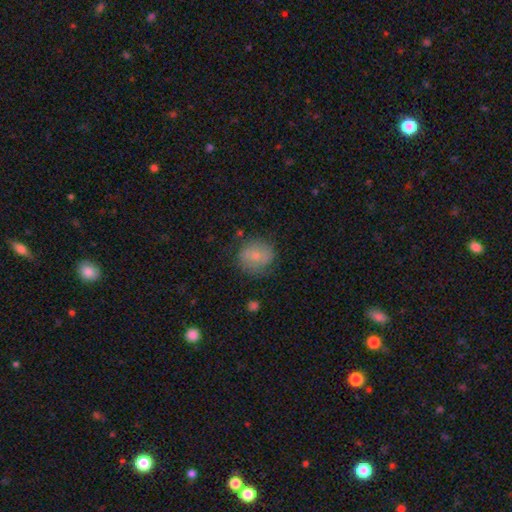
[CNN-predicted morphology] Smooth or featured? smooth (67%)
How rounded? round (77%)
Merging? none (72%)